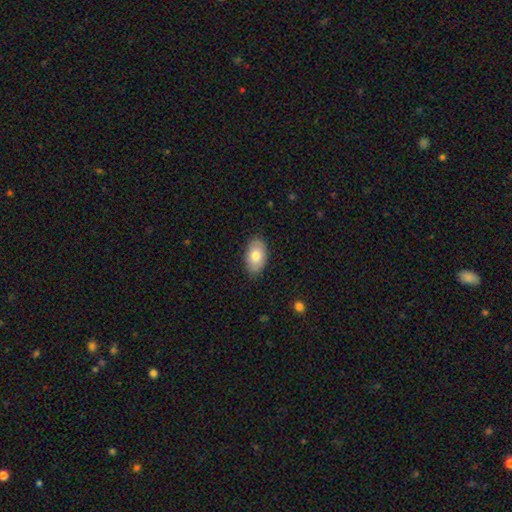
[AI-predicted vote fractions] Smooth or featured: smooth — 78% (featured or disk — 15%)
How rounded: in between — 93% (round — 5%)
Merging: none — 85% (minor disturbance — 12%)